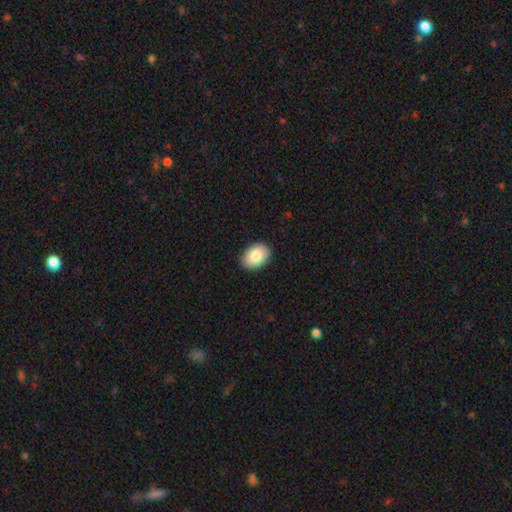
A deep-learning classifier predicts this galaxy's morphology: smooth-or-featured: smooth: 84% | featured or disk: 9% | star or artifact: 7%
  how-rounded: in between: 78% | round: 21% | cigar-shaped: 1%
  merging: none: 89% | minor disturbance: 8% | major disturbance: 2% | merger: 1%